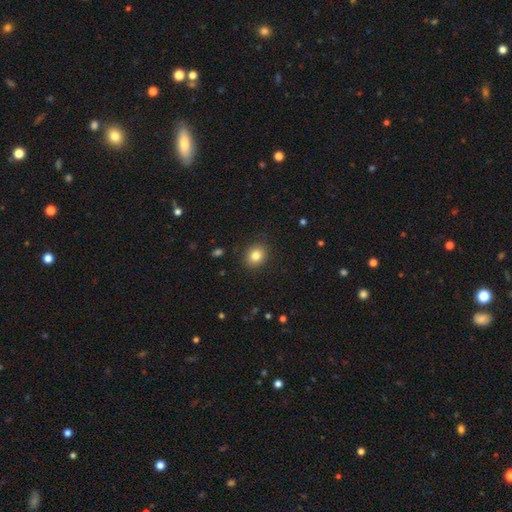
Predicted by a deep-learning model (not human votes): This appears to be a smooth galaxy with no disk features (83%) that is round (56%). Merging: none (89%).